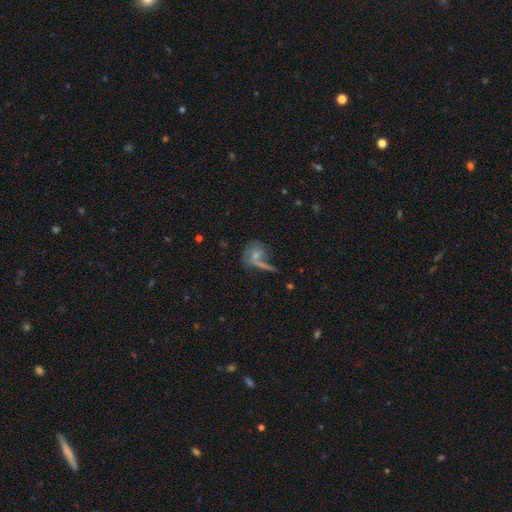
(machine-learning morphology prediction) A smooth galaxy with no disk features (53%) that is round (55%).

Vote fractions:
- Smooth or featured? smooth: 53% / featured or disk: 35% / star or artifact: 12%
- How rounded? round: 55% / in between: 39% / cigar-shaped: 6%
- Merging? none: 45% / merger: 24% / minor disturbance: 16% / major disturbance: 15%